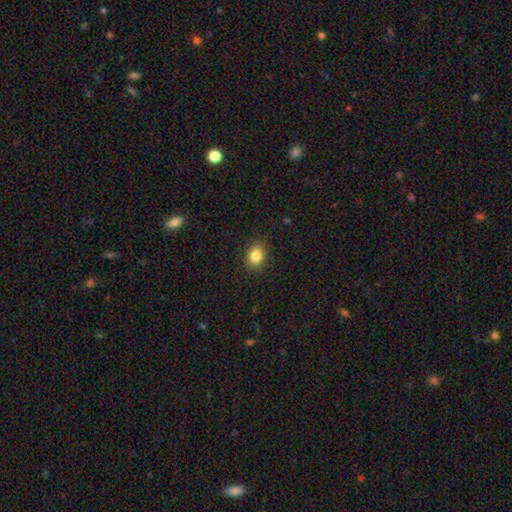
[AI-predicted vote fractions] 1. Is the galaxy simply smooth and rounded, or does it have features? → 85% smooth, 10% star or artifact, 6% featured or disk.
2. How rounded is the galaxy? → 59% in between, 40% round, 1% cigar-shaped.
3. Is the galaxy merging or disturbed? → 88% none, 9% minor disturbance, 2% major disturbance, 1% merger.